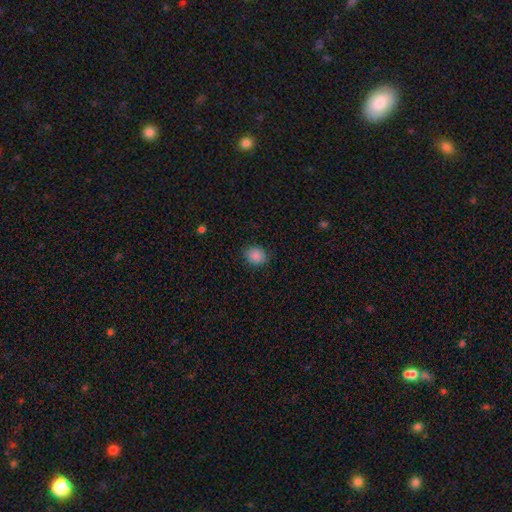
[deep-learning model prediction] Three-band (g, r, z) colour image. It shows a smooth galaxy with no disk features (87%) that is round (67%). Merging: none (85%).